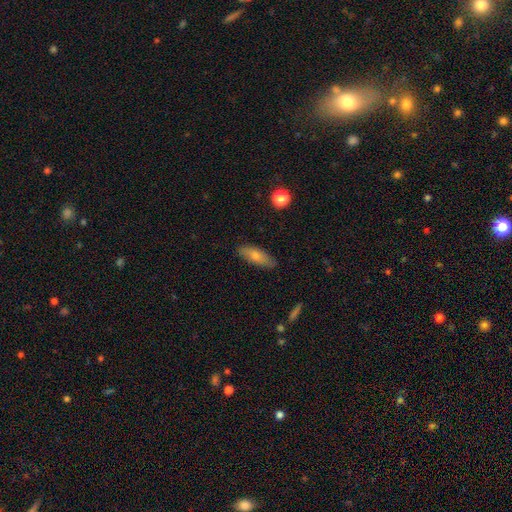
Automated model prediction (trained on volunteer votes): smooth-or-featured: smooth: 72% | featured or disk: 21% | star or artifact: 7%
  how-rounded: in between: 67% | cigar-shaped: 30% | round: 3%
  merging: none: 83% | minor disturbance: 13% | major disturbance: 2% | merger: 1%